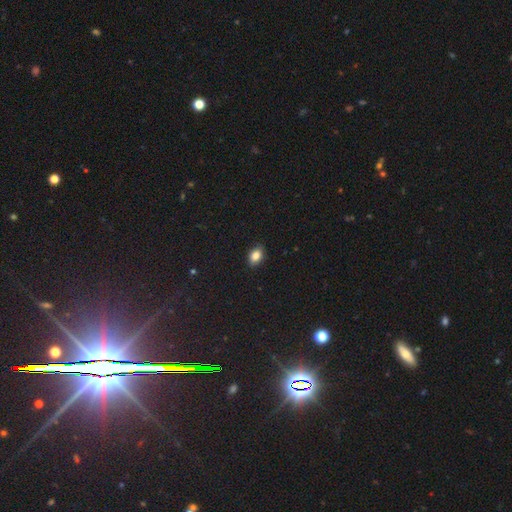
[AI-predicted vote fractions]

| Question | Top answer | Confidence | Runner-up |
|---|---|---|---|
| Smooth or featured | smooth | 84% | star or artifact (10%) |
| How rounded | in between | 79% | round (20%) |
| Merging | none | 87% | minor disturbance (10%) |